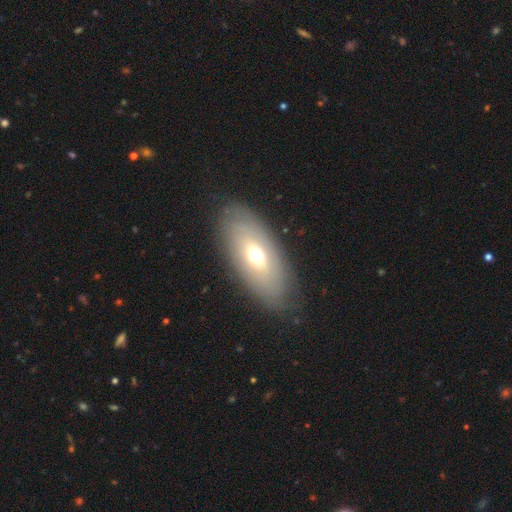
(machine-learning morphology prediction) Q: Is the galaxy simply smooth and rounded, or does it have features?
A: smooth — 54%.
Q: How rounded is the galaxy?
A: in between — 89%.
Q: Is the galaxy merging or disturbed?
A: none — 81%.